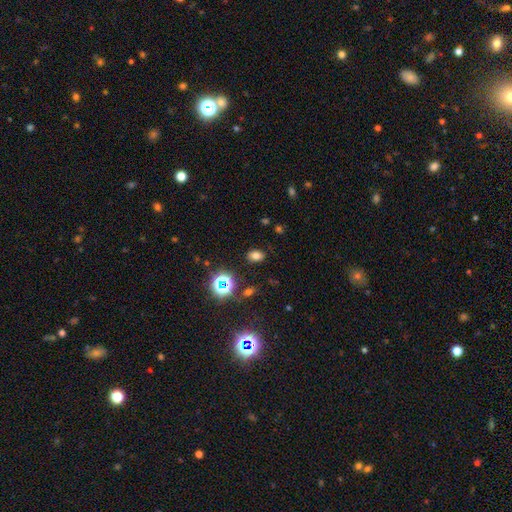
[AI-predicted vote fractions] The model was most divided on "smooth or featured": smooth: 72%, star or artifact: 21%, featured or disk: 7%. More confident: merging — none (86%); how rounded — in between (77%).